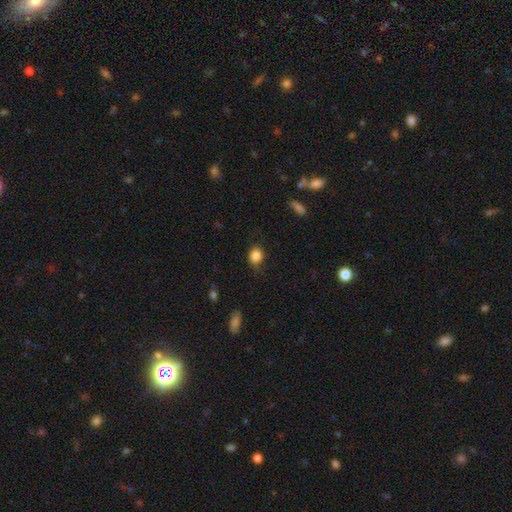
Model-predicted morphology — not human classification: type=smooth (85%); roundness=round (51%); merging=none (76%).